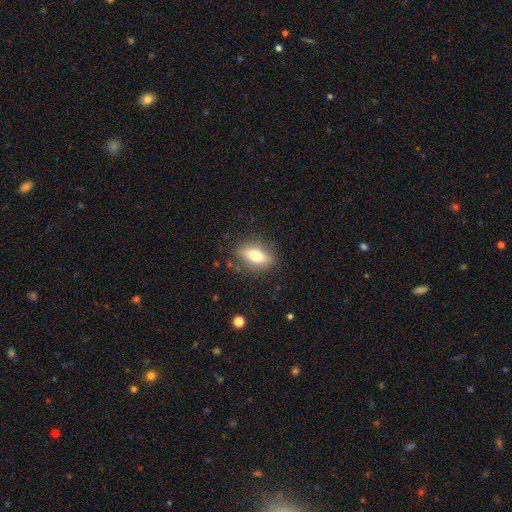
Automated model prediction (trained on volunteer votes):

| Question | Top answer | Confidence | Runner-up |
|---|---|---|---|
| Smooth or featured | smooth | 67% | featured or disk (25%) |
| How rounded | in between | 75% | cigar-shaped (15%) |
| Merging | none | 82% | minor disturbance (12%) |